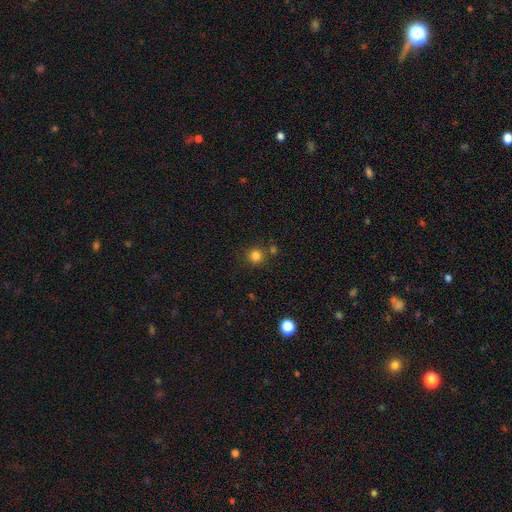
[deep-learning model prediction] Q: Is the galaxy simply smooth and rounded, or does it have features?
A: smooth — 82%.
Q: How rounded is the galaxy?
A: round — 93%.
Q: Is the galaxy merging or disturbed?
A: none — 80%.